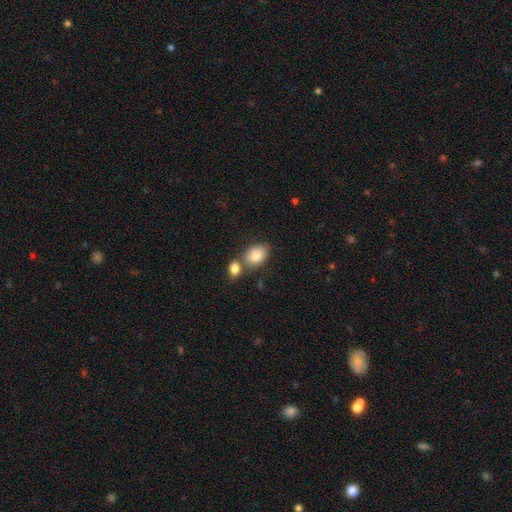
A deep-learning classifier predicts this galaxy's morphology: The model was most divided on "merging": none: 49%, merger: 32%, minor disturbance: 14%, major disturbance: 4%. More confident: smooth or featured — smooth (83%); how rounded — in between (79%).